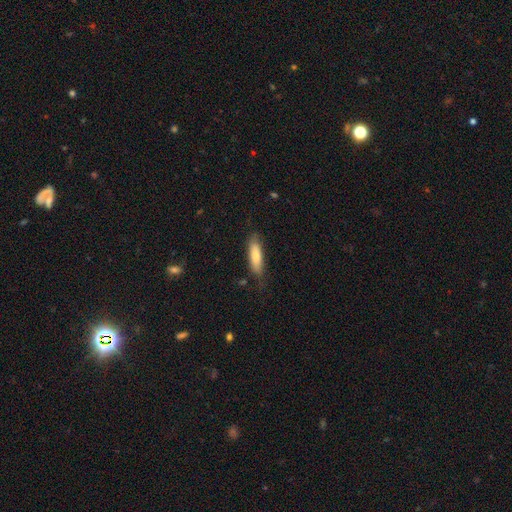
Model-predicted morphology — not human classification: This appears to be a smooth galaxy with no disk features (79%) that is cigar-shaped (56%). Merging: none (76%).